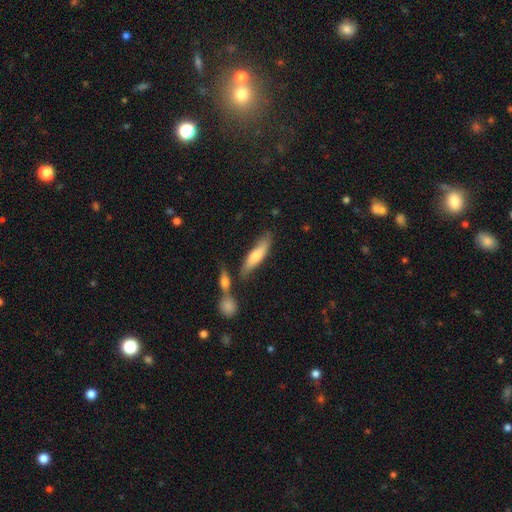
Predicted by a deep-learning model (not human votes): This appears to be a smooth galaxy with no disk features (64%) that is cigar-shaped (69%). Merging: none (65%).